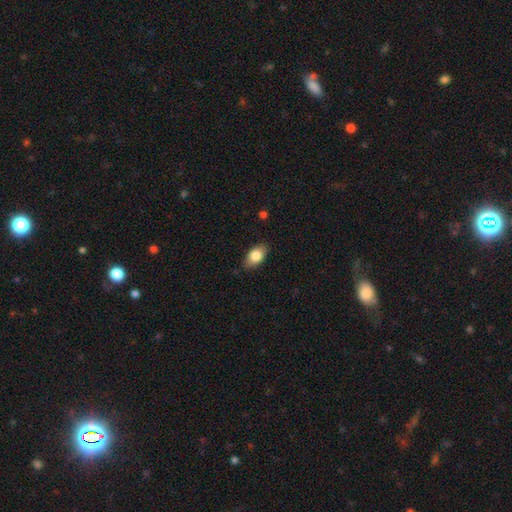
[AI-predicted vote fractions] smooth-or-featured: smooth: 82% | featured or disk: 11% | star or artifact: 7%
  how-rounded: in between: 91% | round: 6% | cigar-shaped: 3%
  merging: none: 83% | minor disturbance: 14% | major disturbance: 3% | merger: 1%